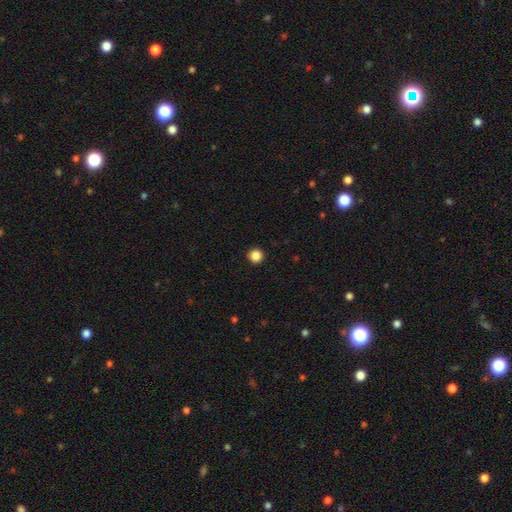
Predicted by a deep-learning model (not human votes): This is clearly a smooth galaxy (87%). How rounded: clearly round (95%). Merging: clearly none (93%).